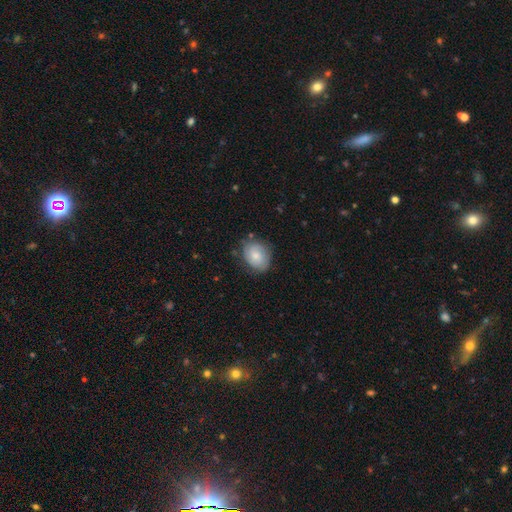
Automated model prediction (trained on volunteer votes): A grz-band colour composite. It shows a smooth galaxy with no disk features (70%) that is in between round and cigar-shaped (54%). Merging: none (72%).